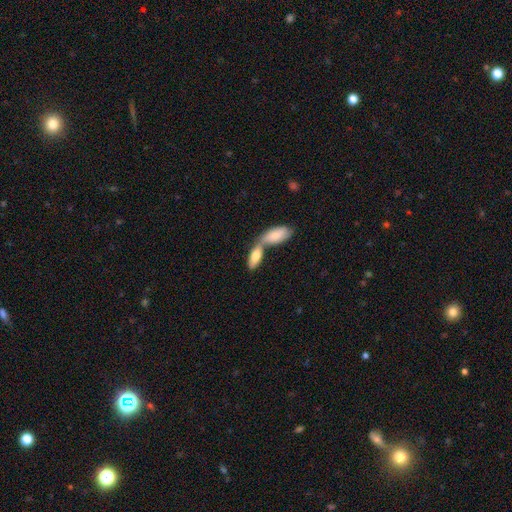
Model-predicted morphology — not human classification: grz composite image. It shows a smooth galaxy with no disk features (75%) that is in between round and cigar-shaped (80%). Merging: merger (67%).